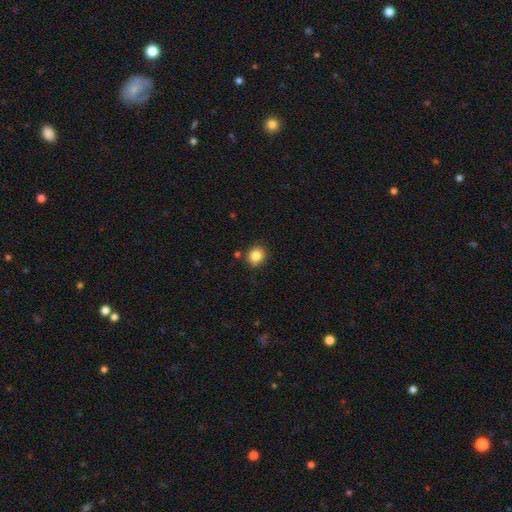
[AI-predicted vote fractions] Overall: smooth (84%). How rounded: round (85%). Merging: none (84%).